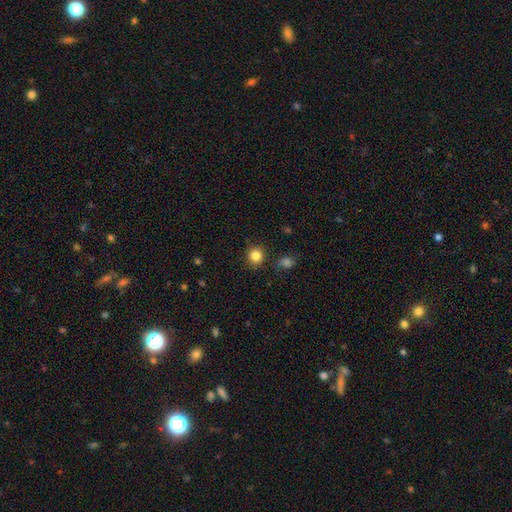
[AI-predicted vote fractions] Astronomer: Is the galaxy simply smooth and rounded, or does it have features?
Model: smooth — 84%.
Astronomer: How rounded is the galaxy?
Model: round — 90%.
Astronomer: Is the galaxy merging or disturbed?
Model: none — 86%.